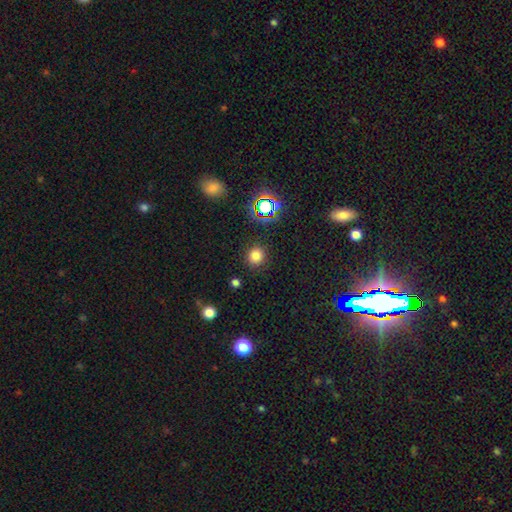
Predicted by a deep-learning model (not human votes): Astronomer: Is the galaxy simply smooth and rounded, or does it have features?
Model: smooth — 75%.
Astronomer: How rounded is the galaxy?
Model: round — 89%.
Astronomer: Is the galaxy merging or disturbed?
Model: none — 88%.